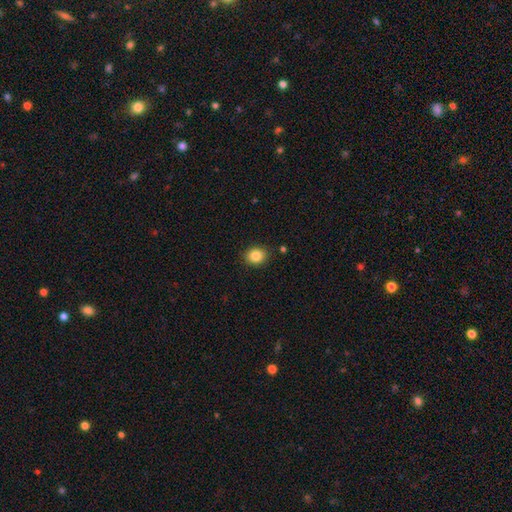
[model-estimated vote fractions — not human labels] Smooth or featured: smooth — 85% (star or artifact — 10%)
How rounded: round — 63% (in between — 36%)
Merging: none — 88% (minor disturbance — 8%)